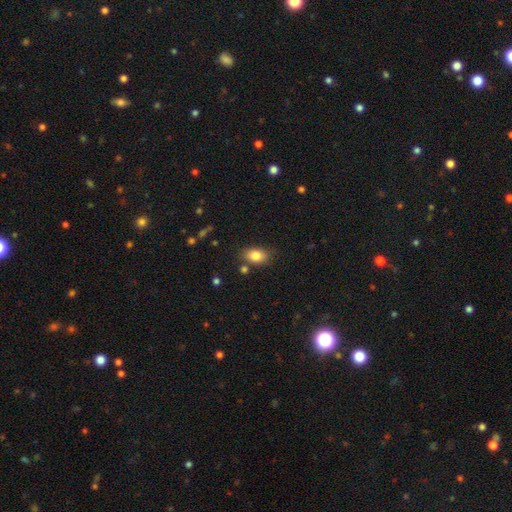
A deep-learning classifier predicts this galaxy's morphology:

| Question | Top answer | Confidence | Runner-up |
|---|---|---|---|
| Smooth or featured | smooth | 84% | star or artifact (9%) |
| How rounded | in between | 83% | round (15%) |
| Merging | none | 76% | minor disturbance (15%) |